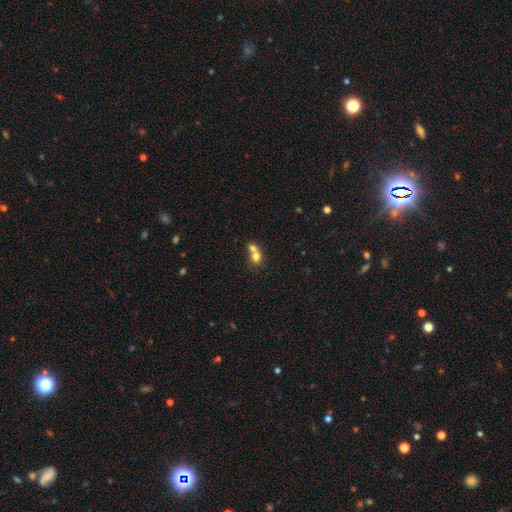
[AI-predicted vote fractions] Smooth or featured? Predicted: smooth (p=0.73). How rounded? Predicted: round (p=0.65). Merging? Predicted: merger (p=0.67).